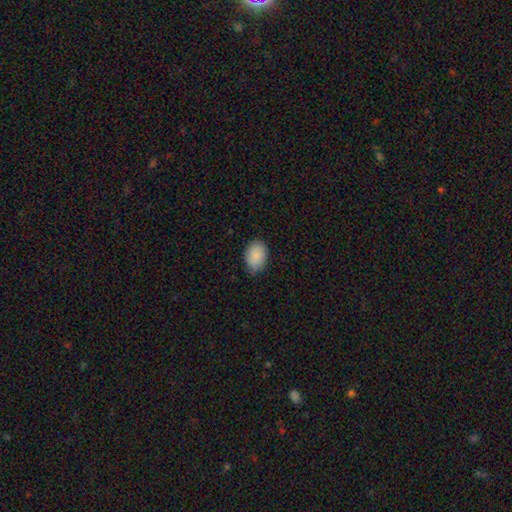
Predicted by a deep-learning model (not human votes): The model was most divided on "merging": none: 80%, minor disturbance: 16%, major disturbance: 3%, merger: 1%. More confident: smooth or featured — smooth (88%); how rounded — in between (83%).